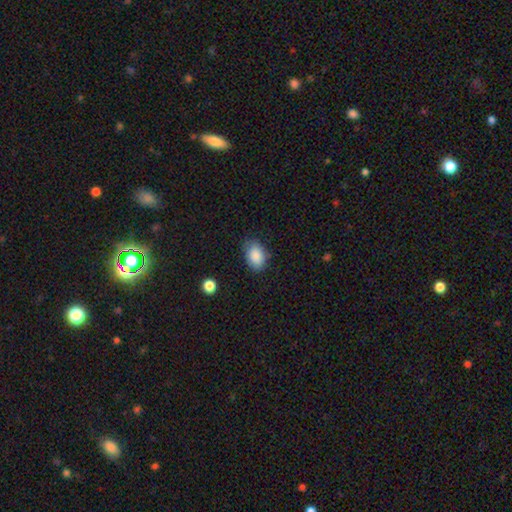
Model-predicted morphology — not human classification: Smooth or featured: smooth — 88% (star or artifact — 7%)
How rounded: in between — 86% (round — 13%)
Merging: none — 75% (minor disturbance — 20%)